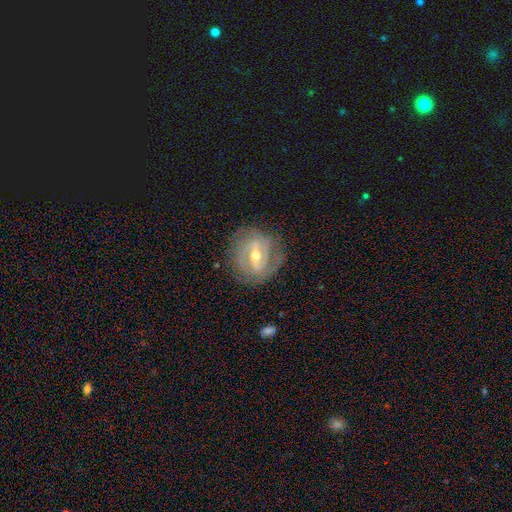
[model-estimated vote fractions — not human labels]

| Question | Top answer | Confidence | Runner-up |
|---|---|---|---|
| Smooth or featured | featured or disk | 86% | smooth (8%) |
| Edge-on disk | no | 96% | yes (4%) |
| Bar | strong | 47% | weak (40%) |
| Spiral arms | yes | 92% | no (8%) |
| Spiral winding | tight | 58% | medium (34%) |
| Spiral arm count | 2 | 55% | can't tell (19%) |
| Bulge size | moderate | 63% | small (33%) |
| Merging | none | 78% | minor disturbance (15%) |